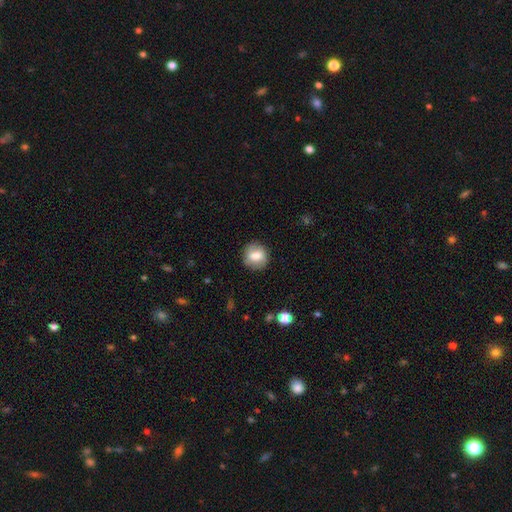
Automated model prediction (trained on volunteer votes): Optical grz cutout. It shows a smooth galaxy with no disk features (68%) that is round (84%). Merging: none (85%).